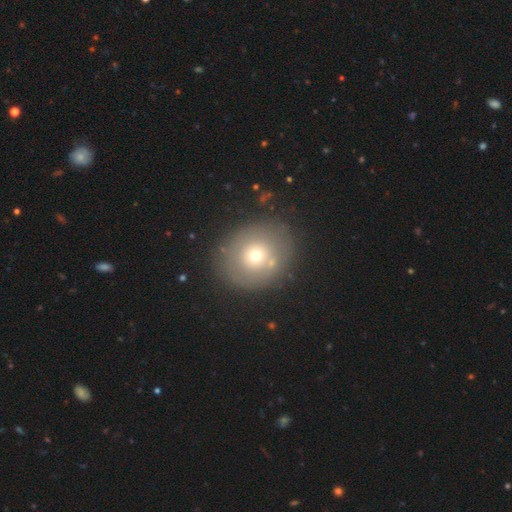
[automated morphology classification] Overall: smooth (60%; featured or disk 27%). How rounded: round (80%). Merging: none (78%).